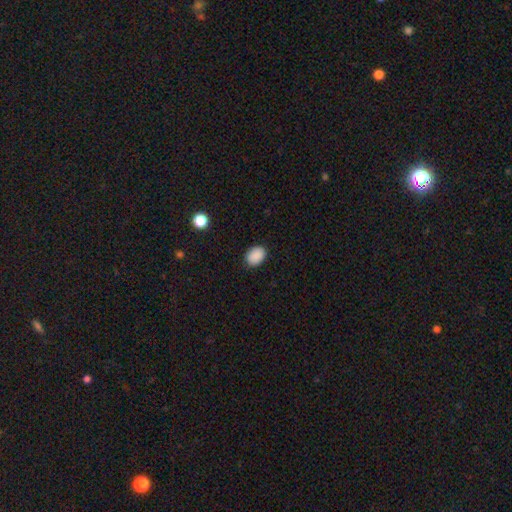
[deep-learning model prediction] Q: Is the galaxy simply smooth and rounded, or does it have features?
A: smooth — 89%.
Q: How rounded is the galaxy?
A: in between — 71%.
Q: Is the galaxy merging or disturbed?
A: none — 87%.